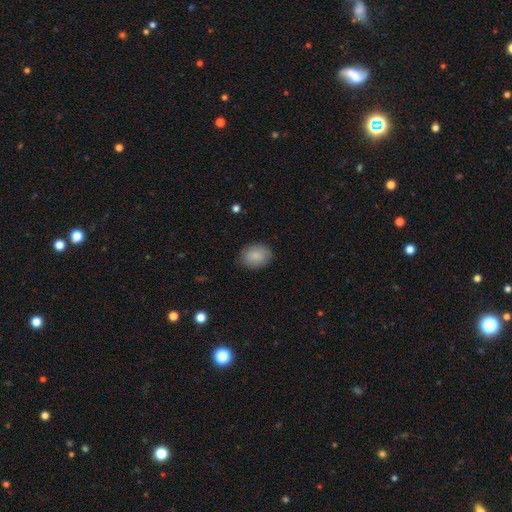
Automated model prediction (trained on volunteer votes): The model was most divided on "how rounded": in between: 57%, round: 42%, cigar-shaped: 1%. More confident: smooth or featured — smooth (88%); merging — none (84%).